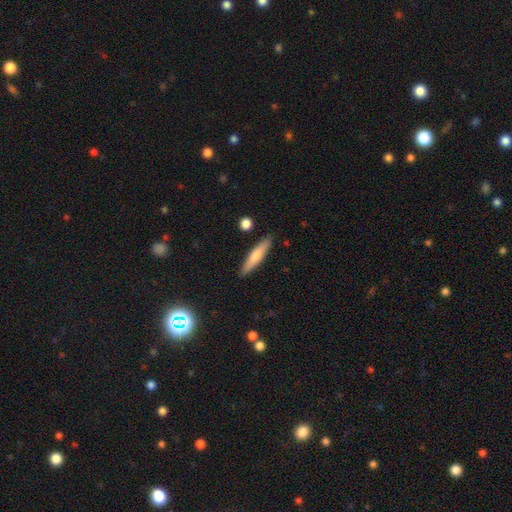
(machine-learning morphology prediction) smooth-or-featured: smooth: 67% | featured or disk: 27% | star or artifact: 6%
  how-rounded: cigar-shaped: 85% | in between: 13% | round: 2%
  merging: none: 88% | minor disturbance: 8% | merger: 2% | major disturbance: 2%